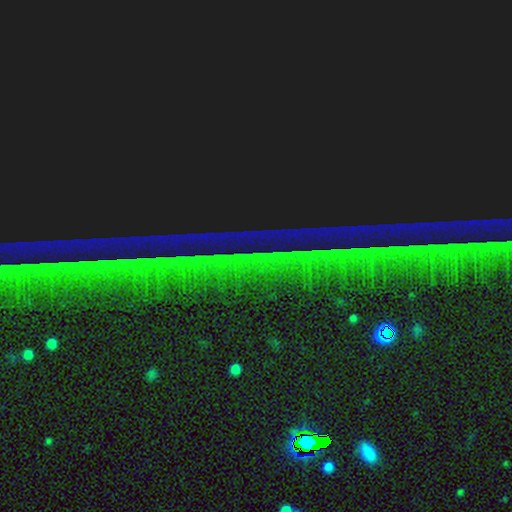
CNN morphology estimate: smooth-or-featured: star or artifact: 89% | featured or disk: 6% | smooth: 5%